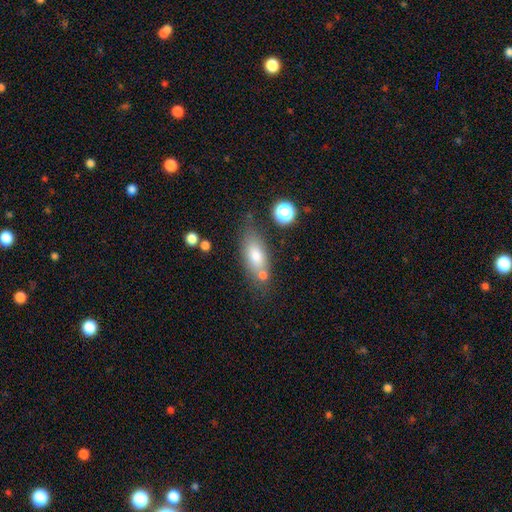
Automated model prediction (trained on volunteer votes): smooth-or-featured: smooth: 73% | featured or disk: 18% | star or artifact: 9%
  how-rounded: in between: 78% | cigar-shaped: 16% | round: 6%
  merging: none: 60% | minor disturbance: 17% | merger: 16% | major disturbance: 6%